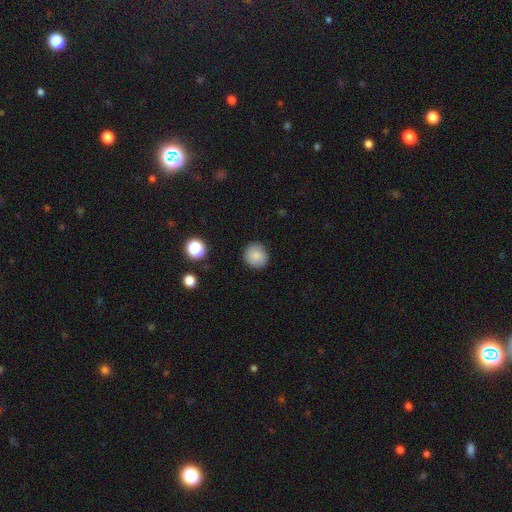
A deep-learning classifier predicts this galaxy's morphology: This appears to be a smooth galaxy with no disk features (84%) that is round (88%). Merging: none (87%).